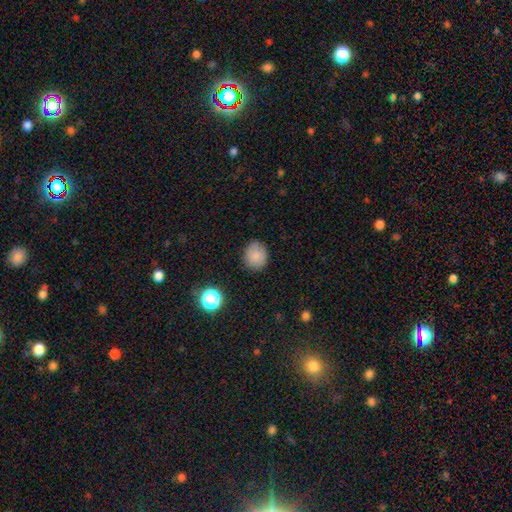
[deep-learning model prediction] Smooth or featured? smooth (81%)
How rounded? round (73%)
Merging? none (86%)